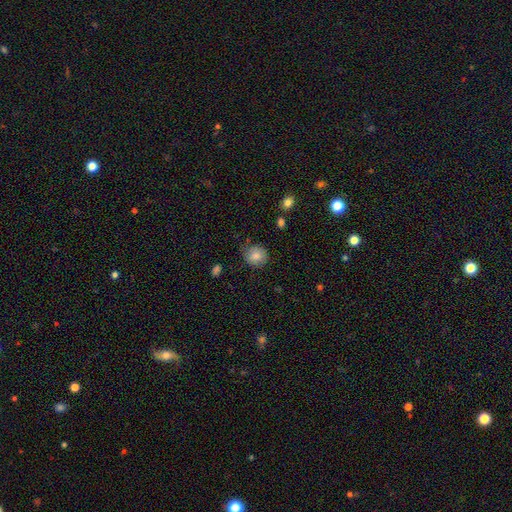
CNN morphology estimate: A smooth galaxy with no disk features (83%) that is round (81%). Merging: none (74%).